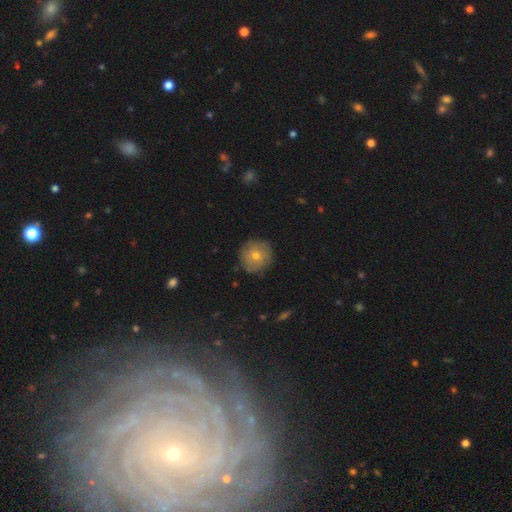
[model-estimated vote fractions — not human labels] Q: Smooth or featured?
A: smooth (49%); runner-up: featured or disk (39%)
Q: Merging?
A: none (84%); runner-up: minor disturbance (12%)